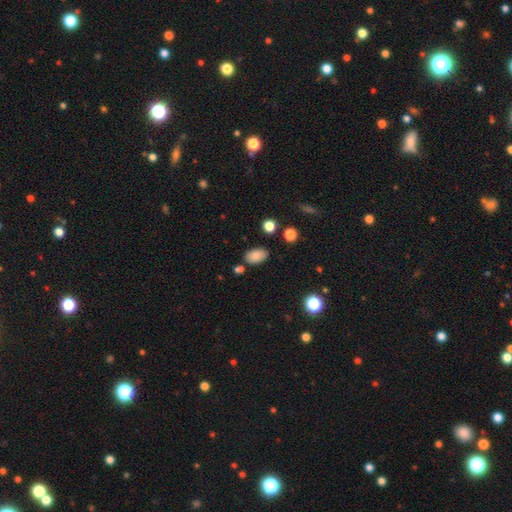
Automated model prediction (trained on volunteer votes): smooth 83%, star or artifact 10%, featured or disk 8%. Down the decision tree: how rounded — in between (90%); merging — none (78%).